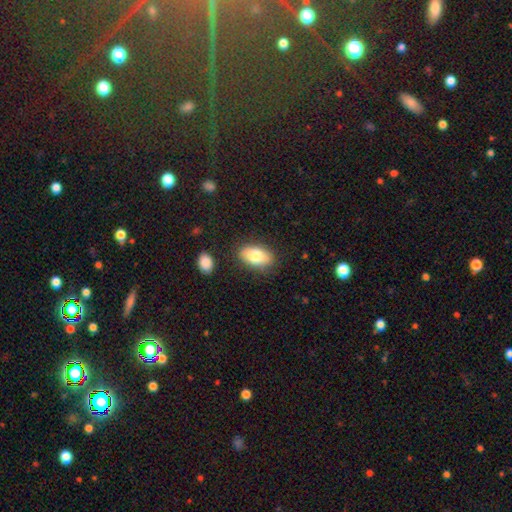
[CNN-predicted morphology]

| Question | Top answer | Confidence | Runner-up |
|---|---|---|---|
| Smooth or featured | smooth | 81% | featured or disk (12%) |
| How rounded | in between | 91% | round (6%) |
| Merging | none | 82% | minor disturbance (12%) |